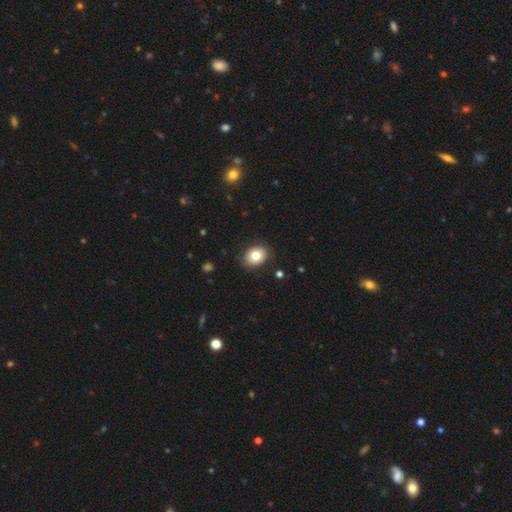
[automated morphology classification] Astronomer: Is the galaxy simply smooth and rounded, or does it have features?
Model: smooth — 80%.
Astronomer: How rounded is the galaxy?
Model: in between — 55% (runner-up: round, 44%).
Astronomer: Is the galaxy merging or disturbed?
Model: none — 86%.